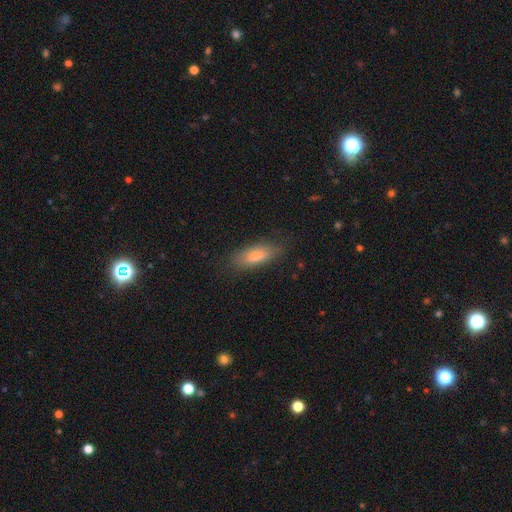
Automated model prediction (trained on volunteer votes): Smooth or featured: smooth — 74% (featured or disk — 18%)
How rounded: in between — 64% (cigar-shaped — 33%)
Merging: none — 81% (minor disturbance — 15%)